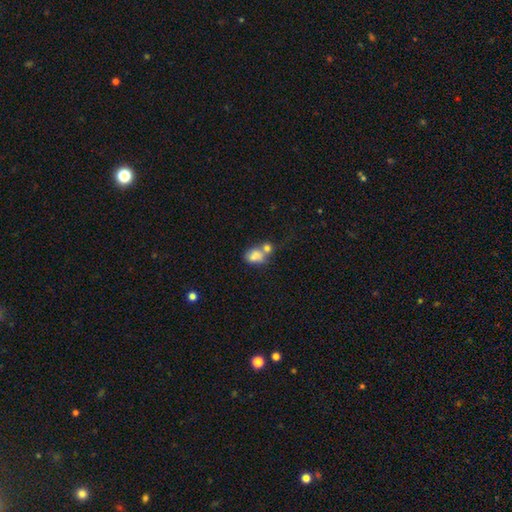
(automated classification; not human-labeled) Smooth or featured: smooth — 74% (featured or disk — 16%)
How rounded: in between — 69% (round — 30%)
Merging: merger — 57% (none — 24%)